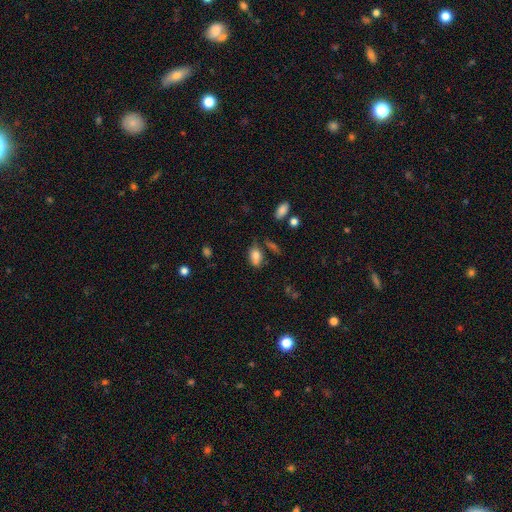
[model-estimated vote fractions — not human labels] A smooth galaxy with no disk features (81%) that is in between round and cigar-shaped (89%).

Vote fractions:
- Smooth or featured? smooth: 81% / featured or disk: 10% / star or artifact: 9%
- How rounded? in between: 89% / round: 7% / cigar-shaped: 3%
- Merging? none: 61% / minor disturbance: 25% / major disturbance: 8% / merger: 7%